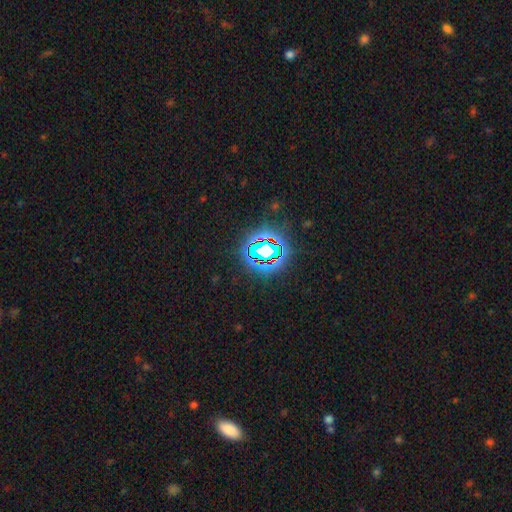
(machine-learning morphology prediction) The model was most divided on "smooth or featured": star or artifact: 74%, smooth: 15%, featured or disk: 11%.